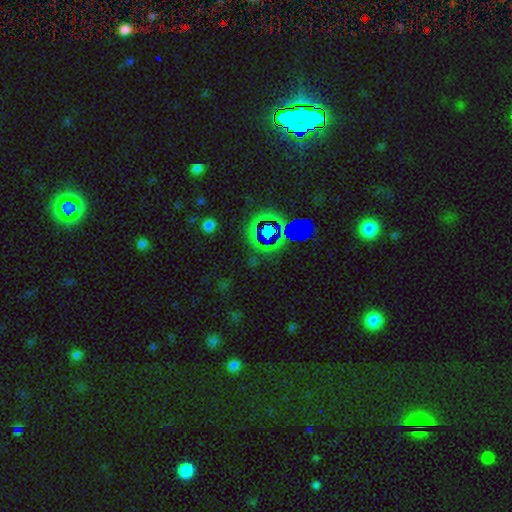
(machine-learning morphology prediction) smooth-or-featured: star or artifact: 70% | smooth: 18% | featured or disk: 12%